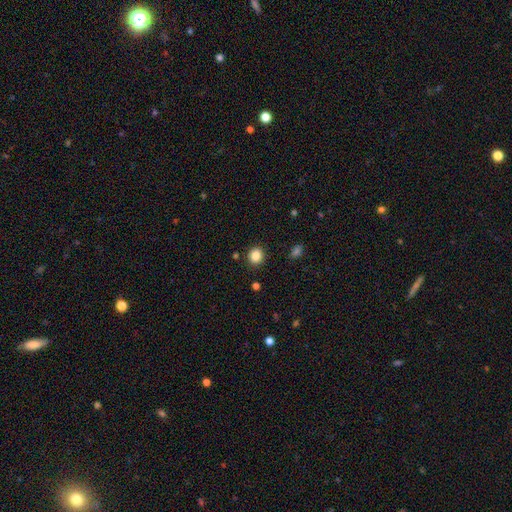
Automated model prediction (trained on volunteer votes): Smooth or featured? smooth (86%)
How rounded? round (84%)
Merging? none (89%)